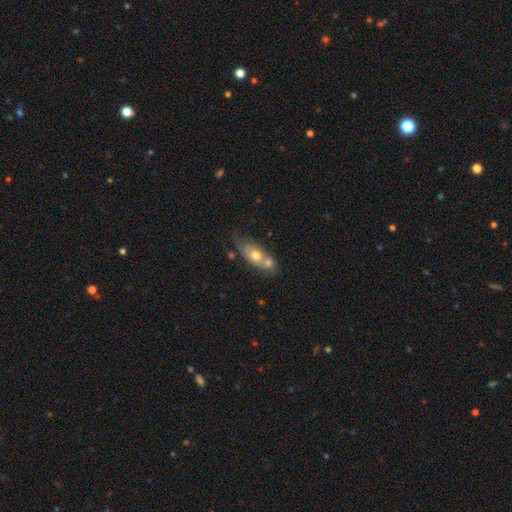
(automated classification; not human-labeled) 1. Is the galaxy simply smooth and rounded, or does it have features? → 61% smooth, 32% featured or disk, 8% star or artifact.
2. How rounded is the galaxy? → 70% in between, 18% round, 12% cigar-shaped.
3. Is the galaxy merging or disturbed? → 54% merger, 26% none, 13% minor disturbance, 7% major disturbance.